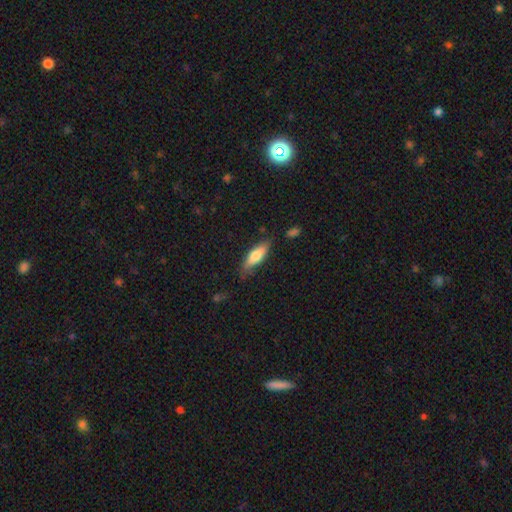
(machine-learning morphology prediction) Overall: smooth (66%; featured or disk 28%). How rounded: cigar-shaped (49%, tied with in between). Merging: none (74%).